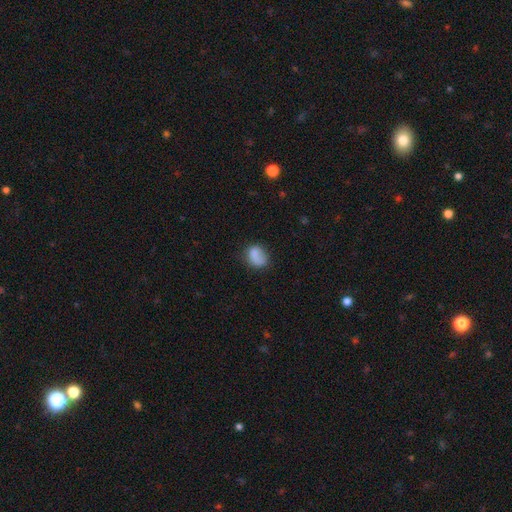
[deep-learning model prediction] smooth 80%, featured or disk 11%, star or artifact 9%. Down the decision tree: how rounded — in between (54%); merging — none (58%).